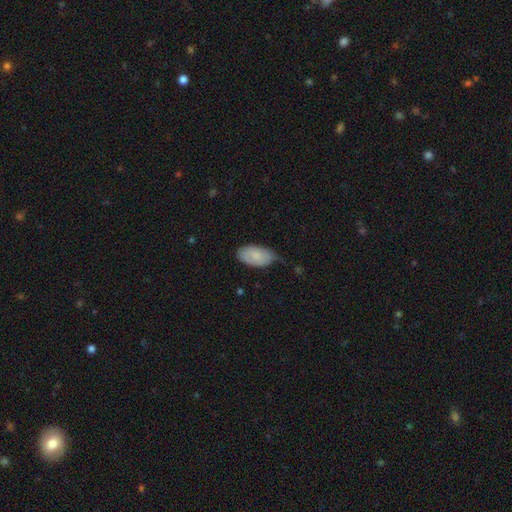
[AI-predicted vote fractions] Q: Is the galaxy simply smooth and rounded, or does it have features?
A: smooth — 76%.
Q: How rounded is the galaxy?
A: in between — 94%.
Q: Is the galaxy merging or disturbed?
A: none — 54%.